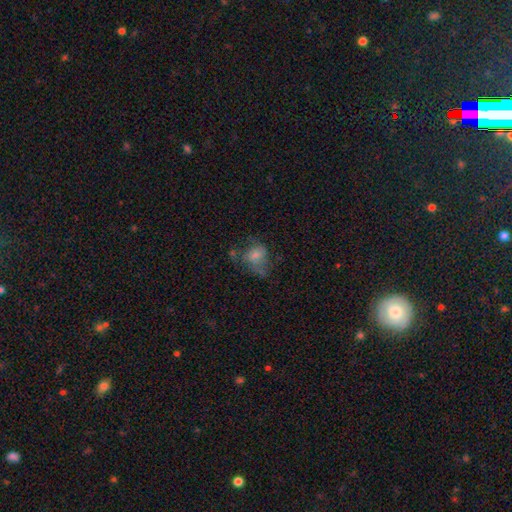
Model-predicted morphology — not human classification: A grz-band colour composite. It shows a smooth galaxy with no disk features (57%) that is in between round and cigar-shaped (55%). Merging: major disturbance (37%).